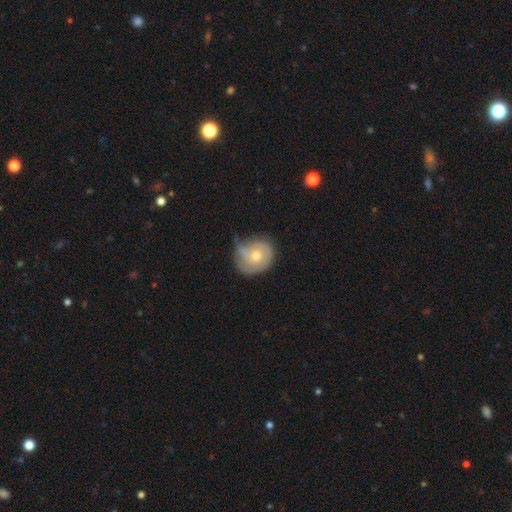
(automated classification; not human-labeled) Morphology: type=featured or disk (51%); edge-on=no (96%); merging=none (54%).